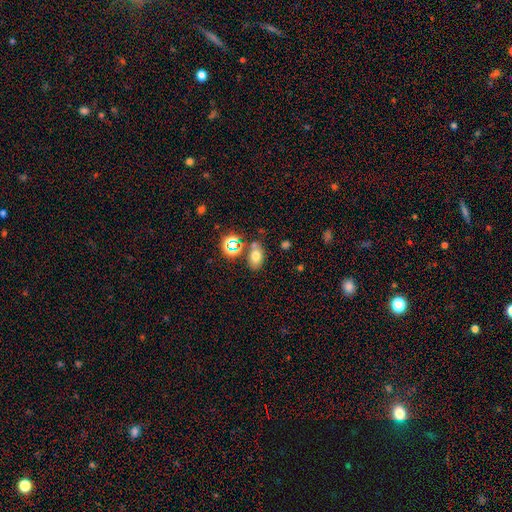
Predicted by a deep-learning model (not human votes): Q: Smooth or featured?
A: smooth (70%); runner-up: star or artifact (18%)
Q: How rounded?
A: in between (81%); runner-up: round (17%)
Q: Merging?
A: none (68%); runner-up: merger (15%)